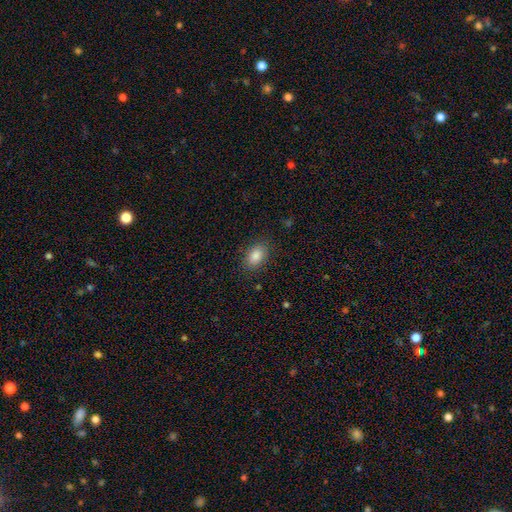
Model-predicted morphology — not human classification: Overall: smooth (85%). How rounded: in between (85%). Merging: none (86%).